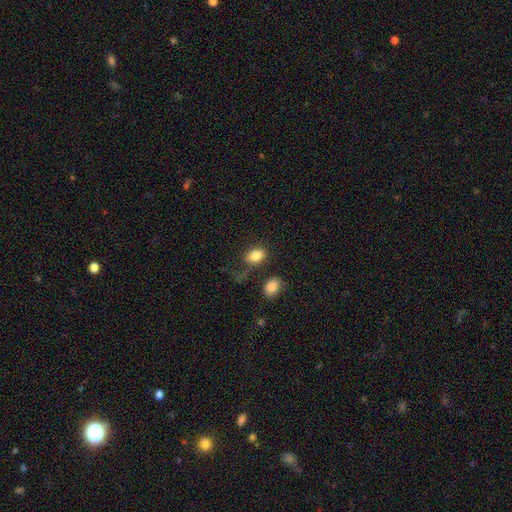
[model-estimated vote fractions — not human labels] smooth_or_featured: smooth (p=0.84) [alt: star or artifact p=0.09]
how_rounded: in between (p=0.75) [alt: round p=0.24]
merging: none (p=0.64) [alt: minor disturbance p=0.16]